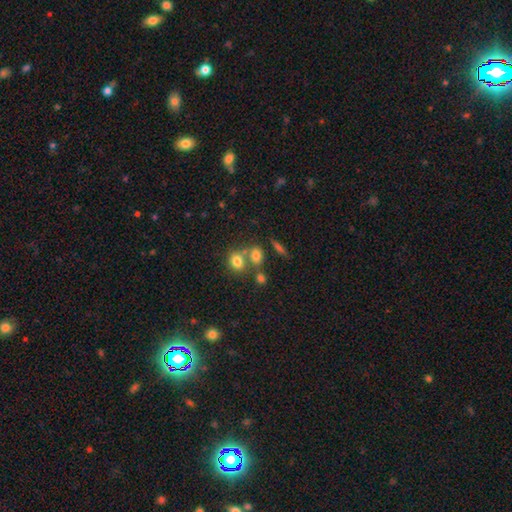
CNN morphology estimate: Smooth or featured?
  - smooth: 74% *
  - star or artifact: 14%
  - featured or disk: 12%
How rounded?
  - round: 53% *
  - in between: 44%
  - cigar-shaped: 3%
Merging?
  - none: 48% *
  - merger: 37%
  - minor disturbance: 10%
  - major disturbance: 5%